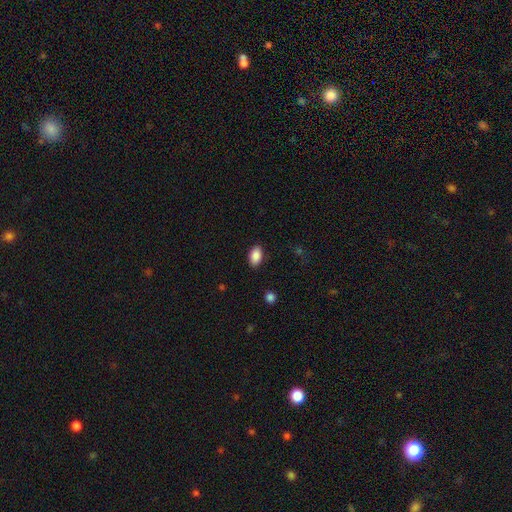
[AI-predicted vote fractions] Smooth or featured? Predicted: smooth (p=0.88). How rounded? Predicted: in between (p=0.92). Merging? Predicted: none (p=0.87).